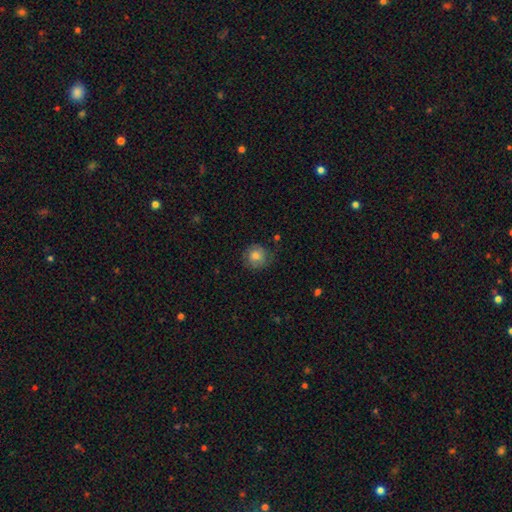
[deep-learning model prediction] smooth_or_featured: smooth (p=0.66) [alt: featured or disk p=0.25]
how_rounded: round (p=0.90) [alt: in between p=0.09]
merging: none (p=0.74) [alt: minor disturbance p=0.18]